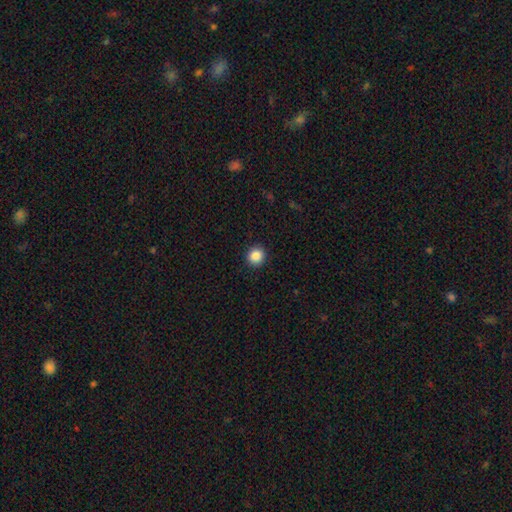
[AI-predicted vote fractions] Smooth or featured: smooth — 87% (star or artifact — 10%)
How rounded: round — 92% (in between — 7%)
Merging: none — 92% (minor disturbance — 5%)